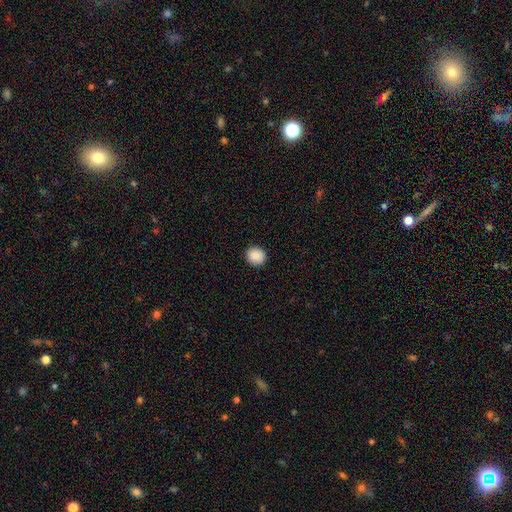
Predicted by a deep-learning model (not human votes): smooth 88%, star or artifact 8%, featured or disk 3%. Down the decision tree: how rounded — round (88%); merging — none (92%).